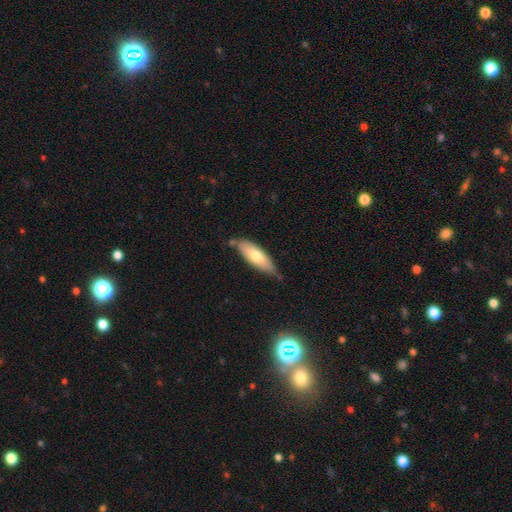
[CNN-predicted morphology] Smooth or featured? smooth (69%)
How rounded? in between (58%)
Merging? none (66%)